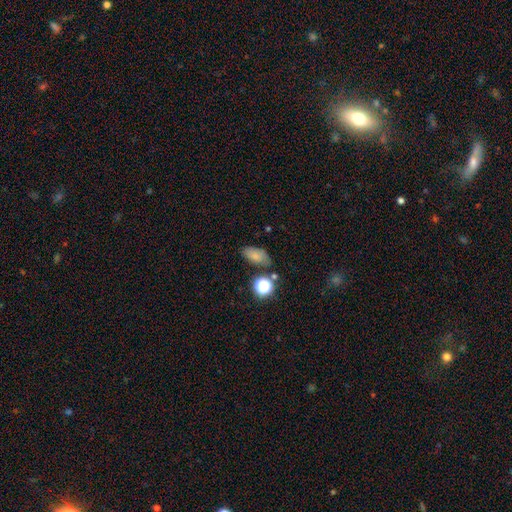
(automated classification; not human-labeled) smooth_or_featured: smooth (p=0.75) [alt: star or artifact p=0.14]
how_rounded: in between (p=0.86) [alt: round p=0.11]
merging: none (p=0.68) [alt: minor disturbance p=0.19]